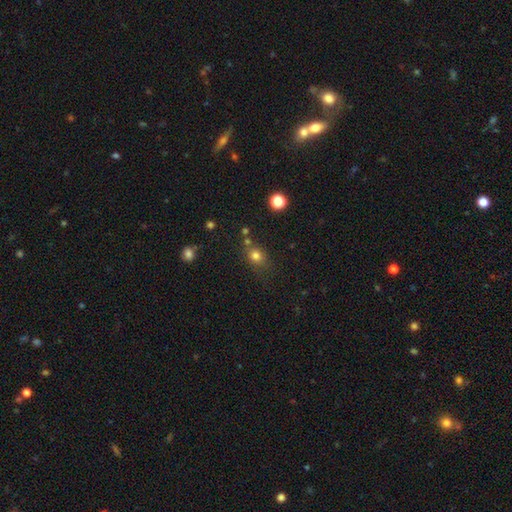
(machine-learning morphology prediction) This is likely a smooth galaxy (77%). How rounded: likely round (62%). Merging: likely none (69%).